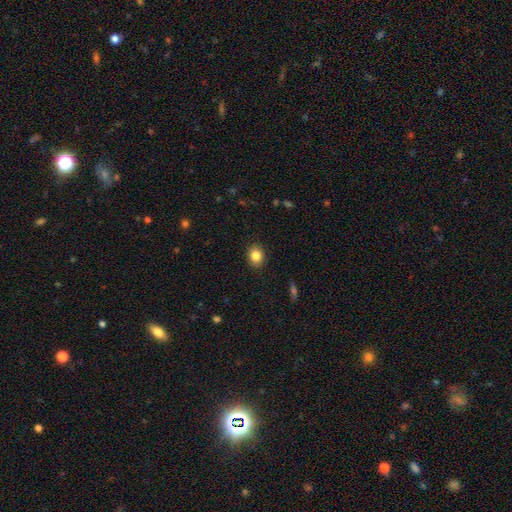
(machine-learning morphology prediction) The model was most divided on "how rounded": round: 54%, in between: 45%, cigar-shaped: 1%. More confident: merging — none (90%); smooth or featured — smooth (85%).